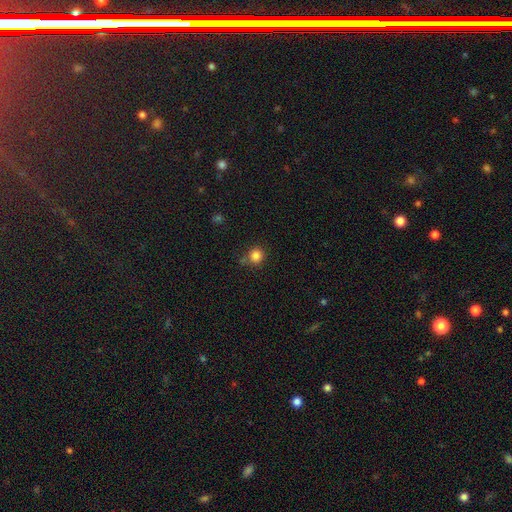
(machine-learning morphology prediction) smooth_or_featured: smooth (p=0.84) [alt: star or artifact p=0.12]
how_rounded: round (p=0.89) [alt: in between p=0.10]
merging: none (p=0.71) [alt: minor disturbance p=0.17]